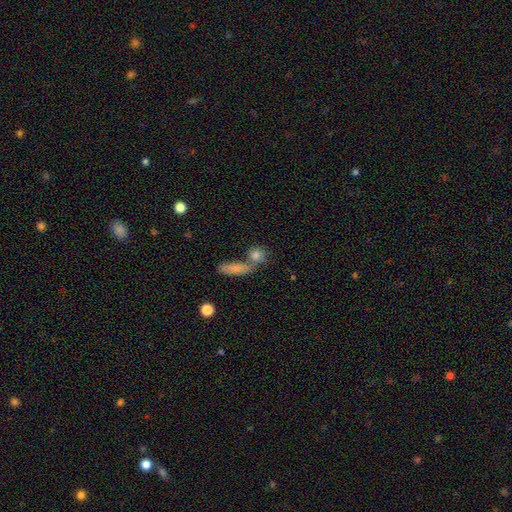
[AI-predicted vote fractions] smooth-or-featured: smooth: 75% | featured or disk: 14% | star or artifact: 11%
  how-rounded: round: 55% | in between: 30% | cigar-shaped: 15%
  merging: none: 52% | merger: 34% | minor disturbance: 9% | major disturbance: 5%